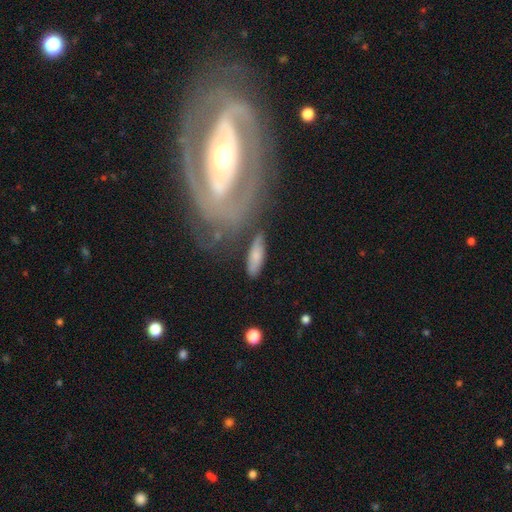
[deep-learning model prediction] The model was most divided on "how rounded": cigar-shaped: 52%, in between: 45%, round: 3%. More confident: merging — none (71%); smooth or featured — smooth (69%).